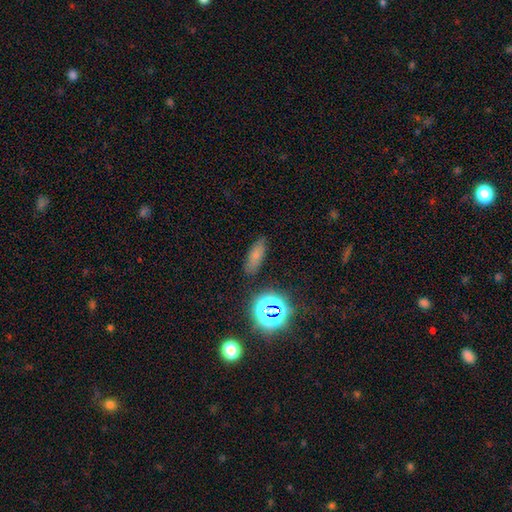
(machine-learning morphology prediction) This appears to be a smooth galaxy with no disk features (67%) that is in between round and cigar-shaped (62%). Merging: none (84%).